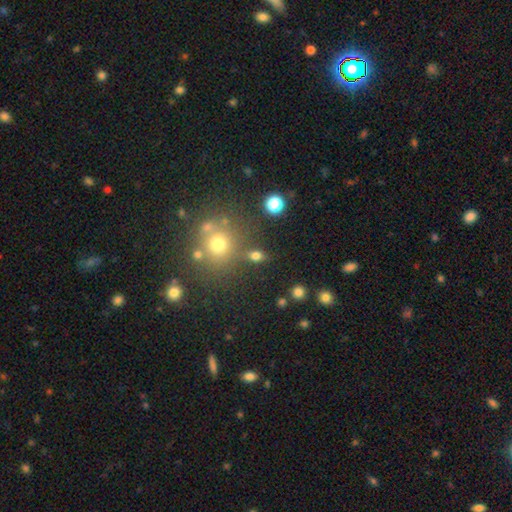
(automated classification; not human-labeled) The model was most divided on "how rounded": in between: 58%, round: 37%, cigar-shaped: 6%. More confident: merging — none (75%); smooth or featured — smooth (71%).